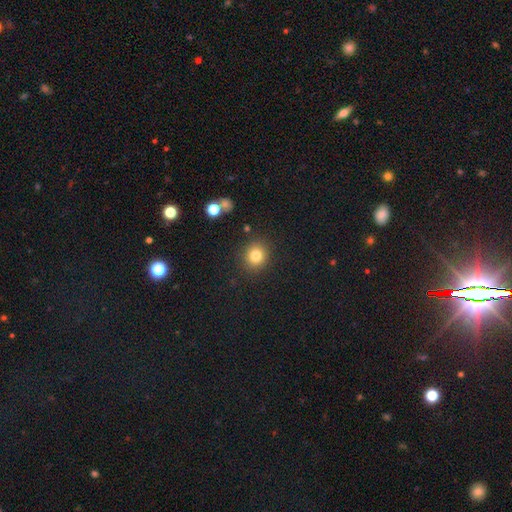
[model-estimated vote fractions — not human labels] Smooth or featured? smooth (81%)
How rounded? round (85%)
Merging? none (87%)